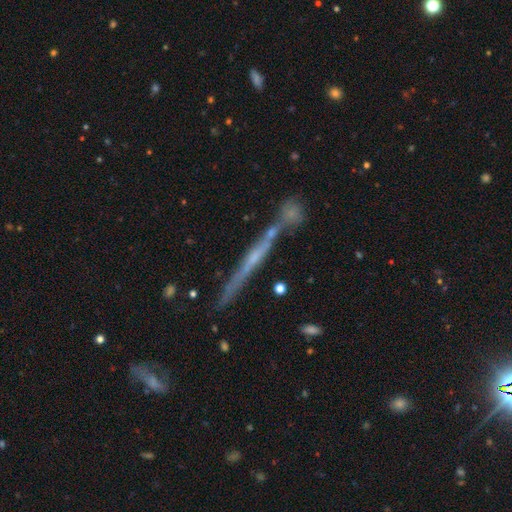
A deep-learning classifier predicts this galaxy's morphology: Overall: featured or disk (72%). Edge-on disk: yes (97%). Edge-on bulge: rounded (47%; none 45%). Merging: none (78%).